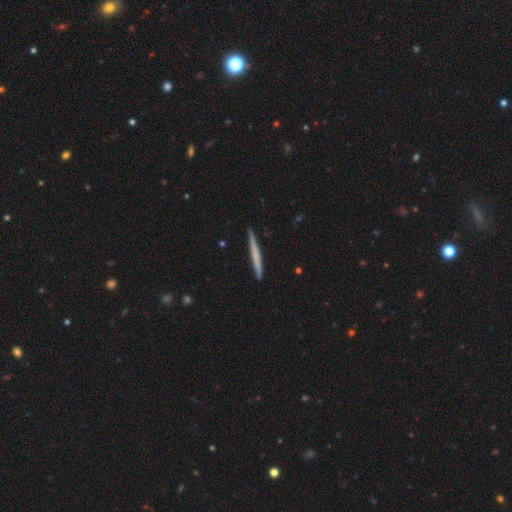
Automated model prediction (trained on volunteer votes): smooth-or-featured: smooth: 54% | featured or disk: 41% | star or artifact: 5%
  how-rounded: cigar-shaped: 97% | in between: 2% | round: 1%
  merging: none: 92% | minor disturbance: 6% | major disturbance: 1% | merger: 1%